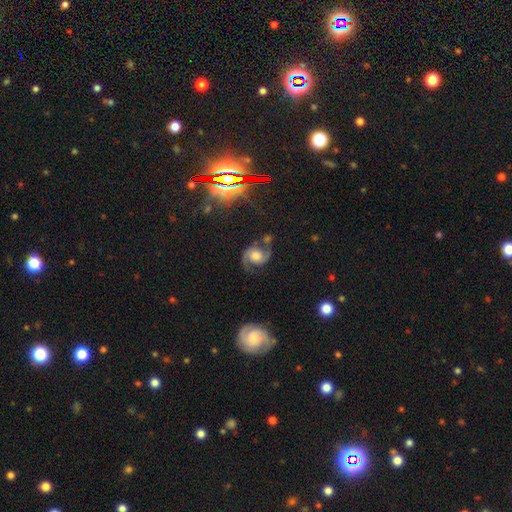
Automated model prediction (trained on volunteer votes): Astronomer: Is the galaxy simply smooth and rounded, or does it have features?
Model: featured or disk — 84%.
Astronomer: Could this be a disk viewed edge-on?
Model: no — 98%.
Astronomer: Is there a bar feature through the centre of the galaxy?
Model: no — 67%.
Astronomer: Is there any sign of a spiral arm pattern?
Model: yes — 97%.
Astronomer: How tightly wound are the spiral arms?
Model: medium — 54%.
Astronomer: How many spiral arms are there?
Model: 2 — 93%.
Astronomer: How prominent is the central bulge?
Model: moderate — 45% (runner-up: large, 29%).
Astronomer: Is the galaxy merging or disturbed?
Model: none — 70%.